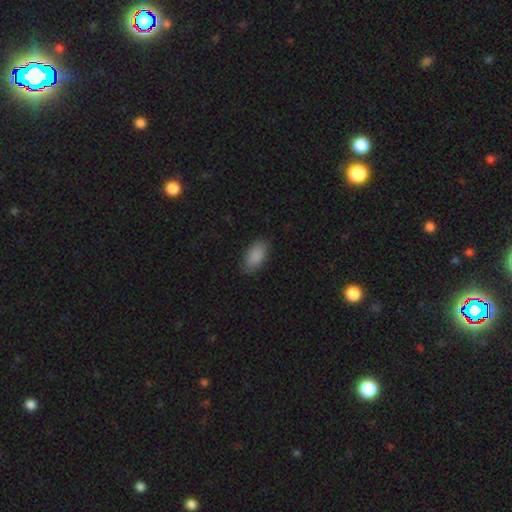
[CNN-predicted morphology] This appears to be a smooth galaxy with no disk features (88%) that is in between round and cigar-shaped (94%). Merging: none (83%).